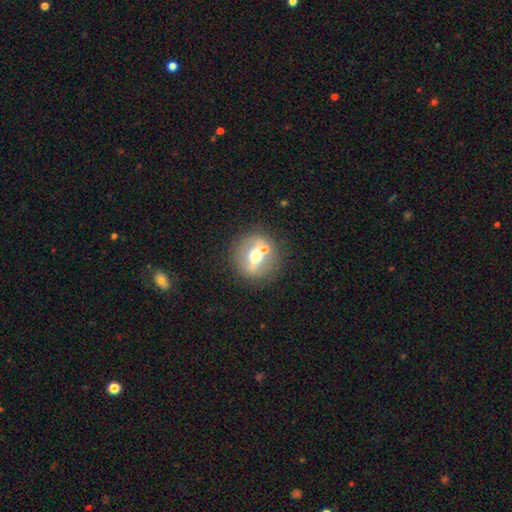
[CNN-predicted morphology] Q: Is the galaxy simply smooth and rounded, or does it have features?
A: featured or disk — 46%.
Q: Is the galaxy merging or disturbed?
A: none — 71%.